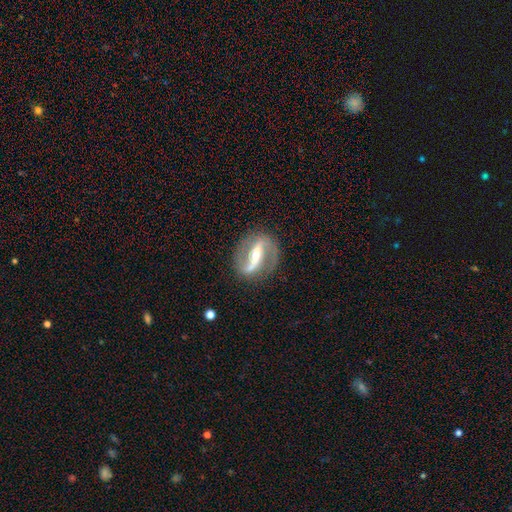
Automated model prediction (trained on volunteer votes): smooth-or-featured: featured or disk: 86% | smooth: 8% | star or artifact: 5%
  disk-edge-on: no: 92% | yes: 8%
    bar: strong: 68% | weak: 21% | no: 12%
    has-spiral-arms: yes: 91% | no: 9%
      spiral-winding: loose: 45% | medium: 40% | tight: 15%
      spiral-arm-count: 2: 90% | 1: 4% | can't tell: 3% | 3: 1% | 4: 1% | more than 4: 1%
    bulge-size: small: 49% | moderate: 45% | large: 4% | none: 2% | dominant: 1%
  merging: none: 82% | minor disturbance: 12% | major disturbance: 5% | merger: 2%